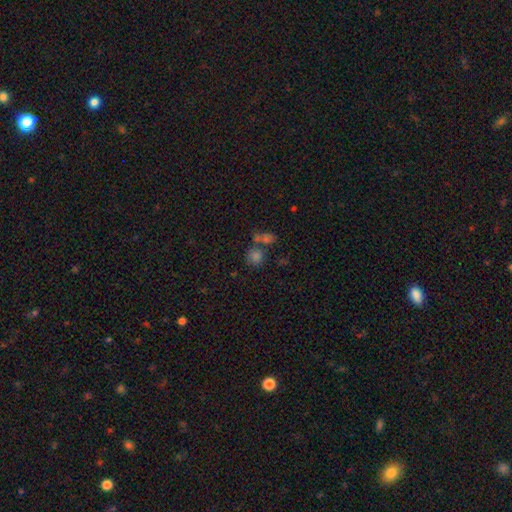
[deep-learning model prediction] smooth-or-featured: smooth: 69% | star or artifact: 21% | featured or disk: 10%
  how-rounded: round: 83% | in between: 15% | cigar-shaped: 1%
  merging: none: 54% | merger: 32% | minor disturbance: 9% | major disturbance: 5%